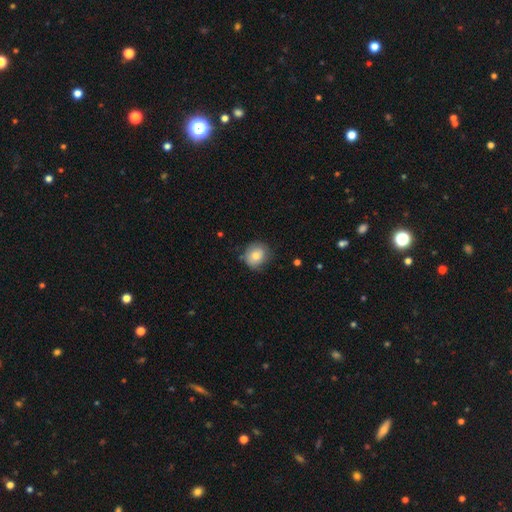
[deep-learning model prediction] This appears to be a smooth galaxy with no disk features (75%) that is round (74%). Merging: none (72%).